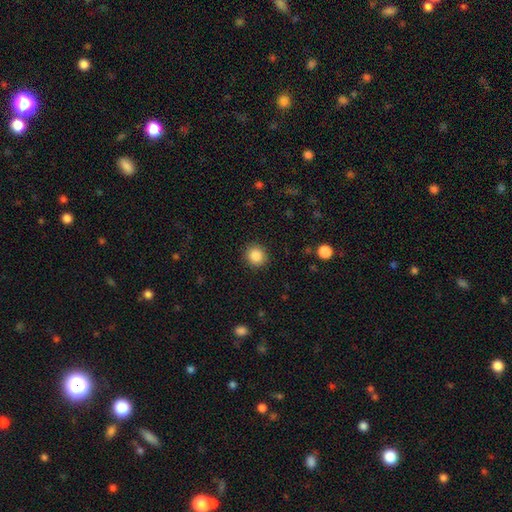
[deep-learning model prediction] Overall: smooth (87%). How rounded: round (90%). Merging: none (91%).